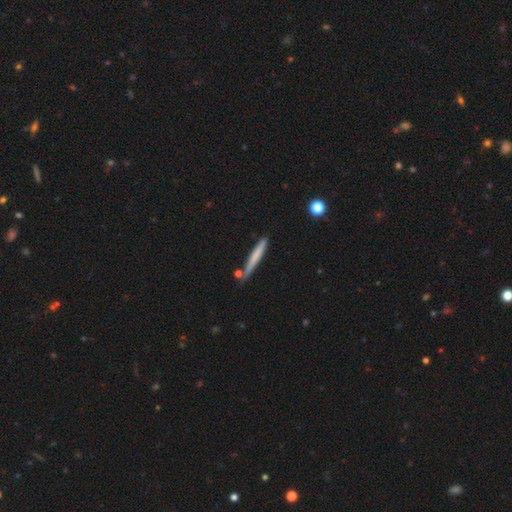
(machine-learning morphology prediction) smooth-or-featured: smooth: 66% | featured or disk: 28% | star or artifact: 6%
  how-rounded: cigar-shaped: 96% | in between: 3% | round: 1%
  merging: none: 77% | minor disturbance: 14% | merger: 6% | major disturbance: 3%